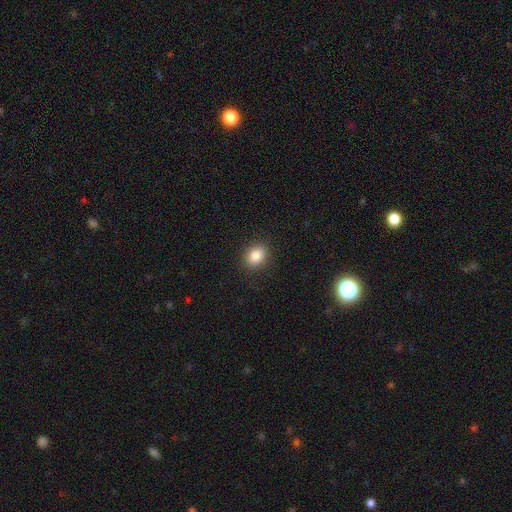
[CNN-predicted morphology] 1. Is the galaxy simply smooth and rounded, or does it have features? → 84% smooth, 10% star or artifact, 6% featured or disk.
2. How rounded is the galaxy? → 51% in between, 48% round, 1% cigar-shaped.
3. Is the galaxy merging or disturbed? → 89% none, 8% minor disturbance, 3% major disturbance, 1% merger.